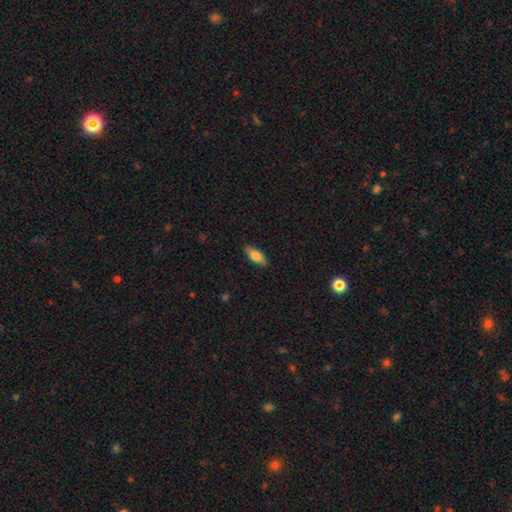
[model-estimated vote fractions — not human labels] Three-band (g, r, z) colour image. It shows a smooth galaxy with no disk features (79%) that is in between round and cigar-shaped (78%). Merging: none (87%).